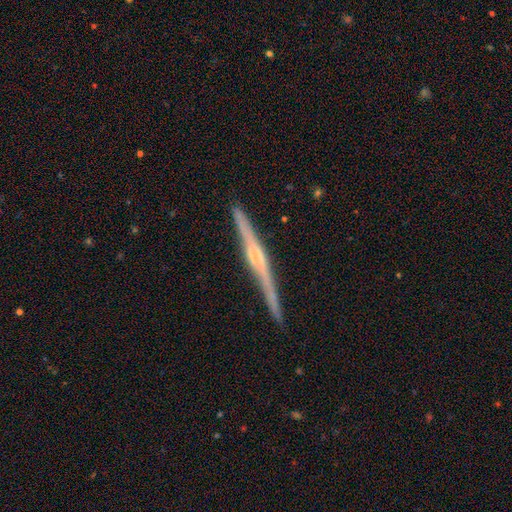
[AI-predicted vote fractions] A featured or disk galaxy (82%) viewed edge-on (98%) with a rounded central bulge (56%).

Vote fractions:
- Smooth or featured? featured or disk: 82% / smooth: 12% / star or artifact: 6%
- Edge-on disk? yes: 98% / no: 2%
- Edge-on bulge? rounded: 56% / boxy: 25% / none: 20%
- Merging? none: 89% / minor disturbance: 8% / major disturbance: 2% / merger: 1%